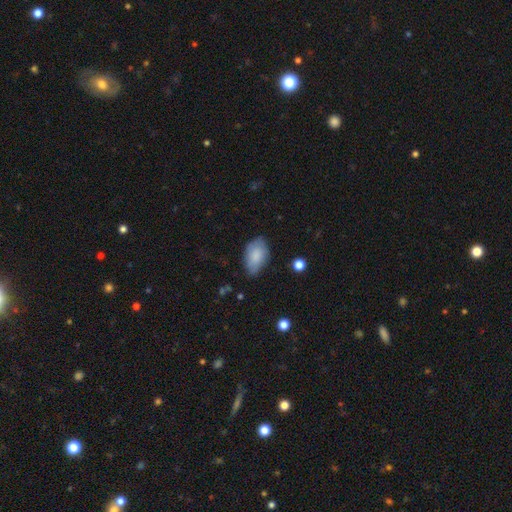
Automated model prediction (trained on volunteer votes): Smooth or featured: smooth — 84% (featured or disk — 10%)
How rounded: in between — 93% (round — 6%)
Merging: none — 67% (minor disturbance — 26%)